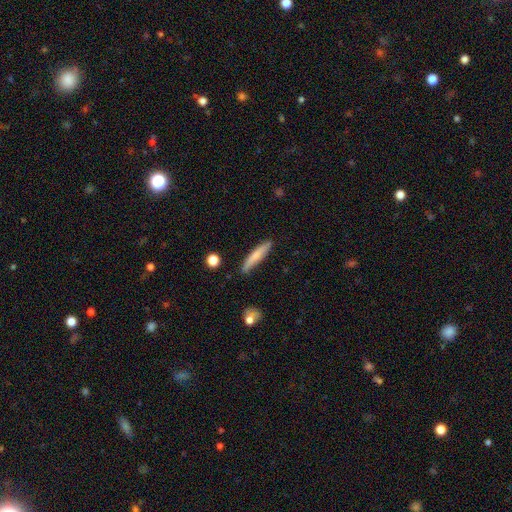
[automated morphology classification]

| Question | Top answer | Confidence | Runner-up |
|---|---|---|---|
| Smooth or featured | smooth | 68% | featured or disk (26%) |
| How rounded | cigar-shaped | 89% | in between (9%) |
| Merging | none | 81% | minor disturbance (15%) |